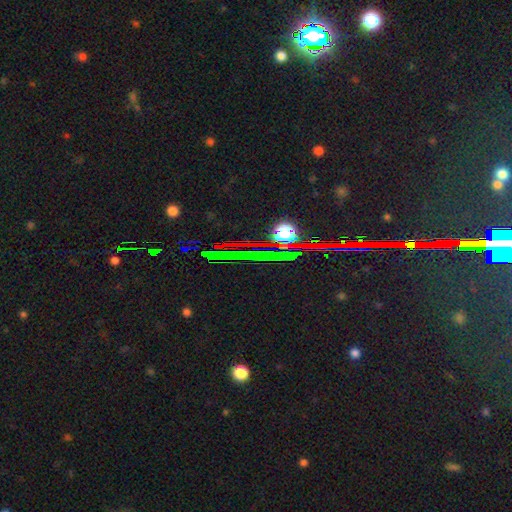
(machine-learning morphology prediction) Q: Smooth or featured?
A: star or artifact (83%); runner-up: featured or disk (9%)